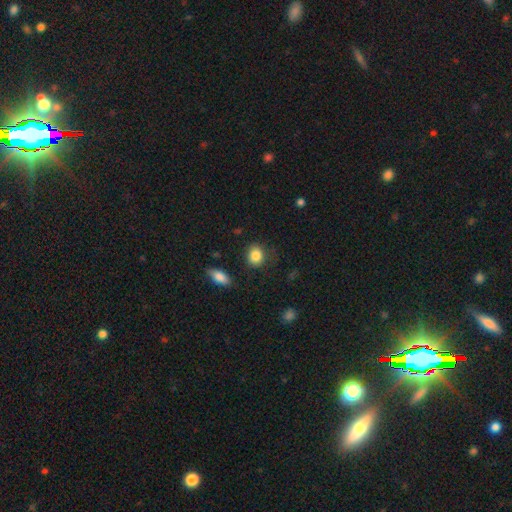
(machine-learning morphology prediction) Overall: smooth (86%). How rounded: round (61%; in between 38%). Merging: none (79%).